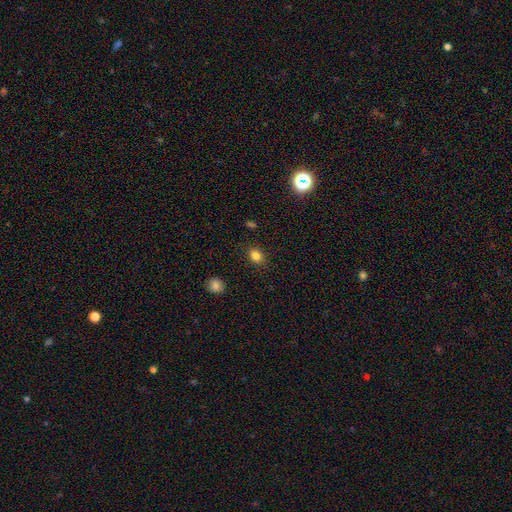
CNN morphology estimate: Smooth or featured?
  - smooth: 83% *
  - star or artifact: 12%
  - featured or disk: 5%
How rounded?
  - round: 55% *
  - in between: 44%
  - cigar-shaped: 1%
Merging?
  - none: 87% *
  - minor disturbance: 9%
  - major disturbance: 3%
  - merger: 1%